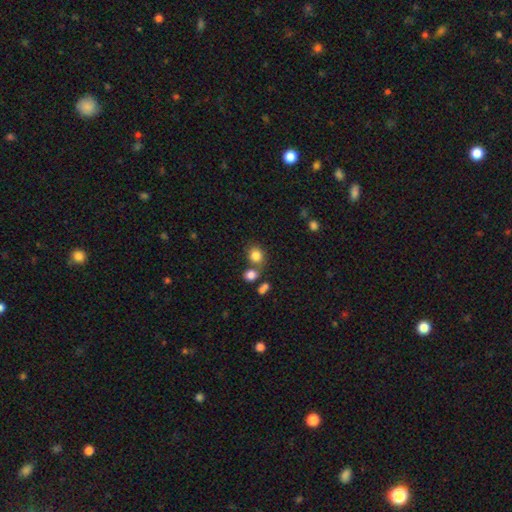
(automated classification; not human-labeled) smooth-or-featured: smooth: 83% | star or artifact: 11% | featured or disk: 6%
  how-rounded: round: 72% | in between: 28% | cigar-shaped: 1%
  merging: none: 62% | merger: 23% | minor disturbance: 11% | major disturbance: 4%